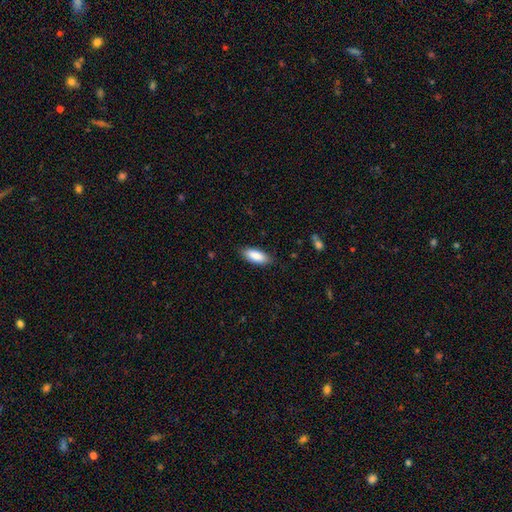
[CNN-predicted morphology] Smooth or featured: smooth — 87% (featured or disk — 7%)
How rounded: in between — 78% (cigar-shaped — 20%)
Merging: none — 85% (minor disturbance — 11%)